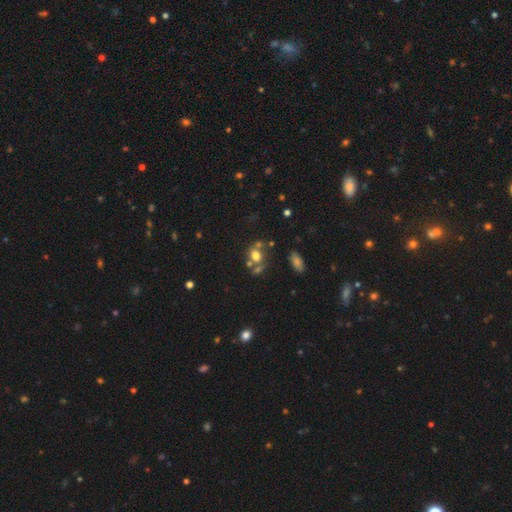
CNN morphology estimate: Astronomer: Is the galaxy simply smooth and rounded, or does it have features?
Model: smooth — 66%.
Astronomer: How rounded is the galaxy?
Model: round — 52% (runner-up: in between, 46%).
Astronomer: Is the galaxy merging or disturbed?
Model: none — 45% (runner-up: merger, 35%).